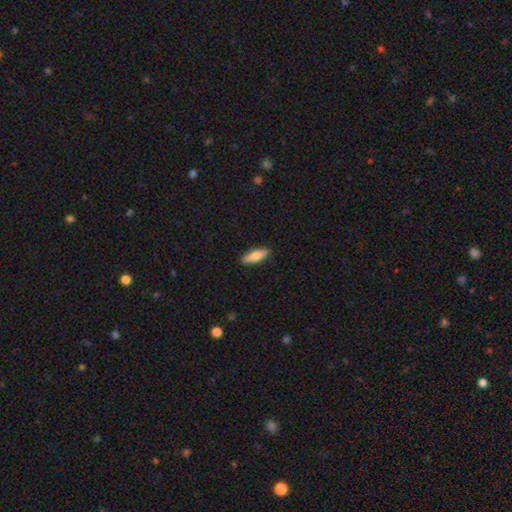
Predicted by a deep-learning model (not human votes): smooth 71%, featured or disk 23%, star or artifact 6%. Down the decision tree: how rounded — in between (50%); merging — none (89%).